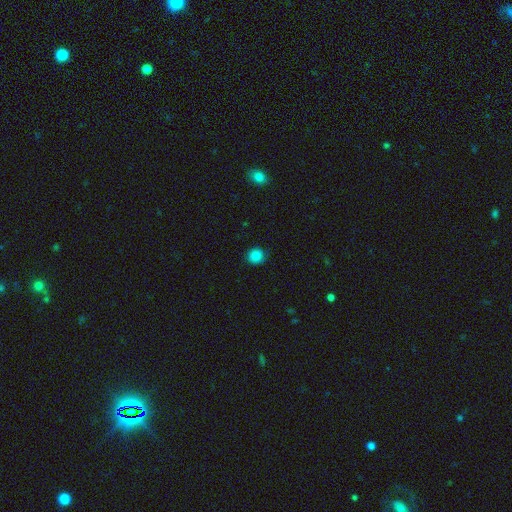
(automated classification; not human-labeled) A smooth galaxy with no disk features (85%) that is round (91%). Merging: none (89%).